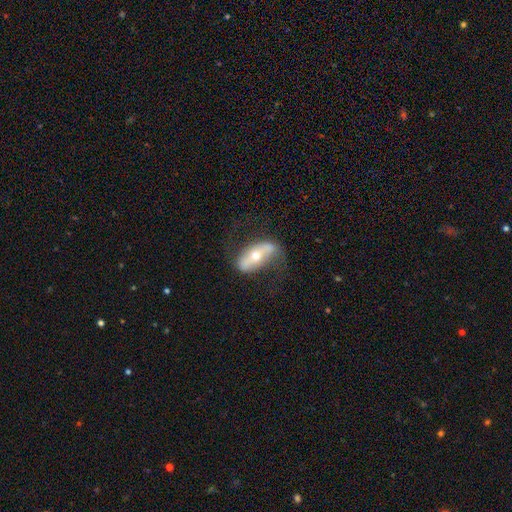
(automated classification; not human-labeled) Smooth or featured? Predicted: featured or disk (p=0.65). Edge-on disk? Predicted: no (p=0.74). Merging? Predicted: none (p=0.60).